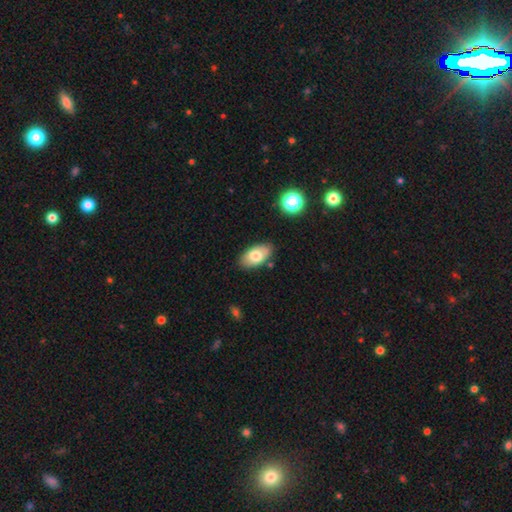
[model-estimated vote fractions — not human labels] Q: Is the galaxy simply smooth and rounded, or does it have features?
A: smooth — 76%.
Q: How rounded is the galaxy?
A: in between — 94%.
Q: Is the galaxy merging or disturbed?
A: none — 82%.